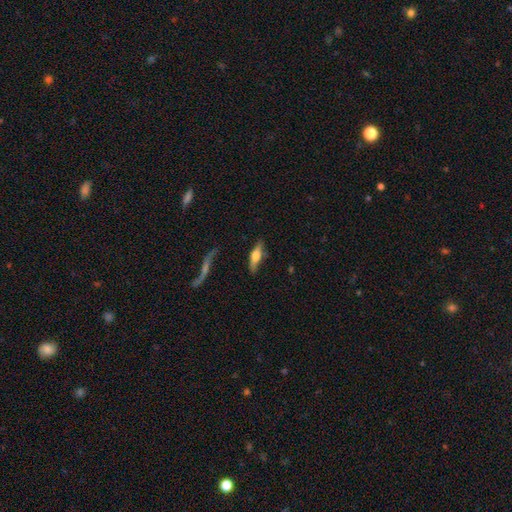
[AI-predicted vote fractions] Morphology: type=smooth (47%); merging=none (74%).